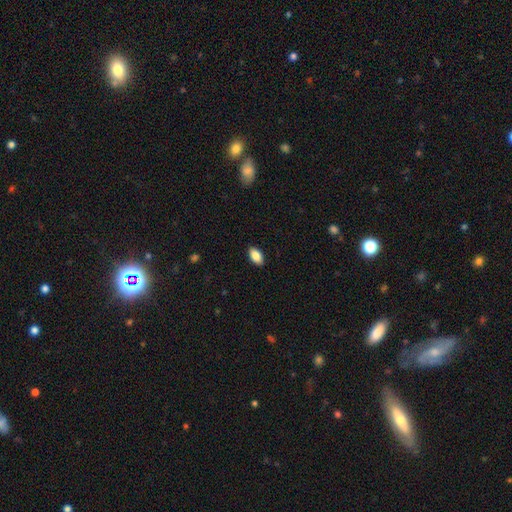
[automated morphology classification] smooth-or-featured: smooth: 85% | featured or disk: 8% | star or artifact: 7%
  how-rounded: in between: 92% | round: 4% | cigar-shaped: 4%
  merging: none: 90% | minor disturbance: 8% | major disturbance: 2% | merger: 1%